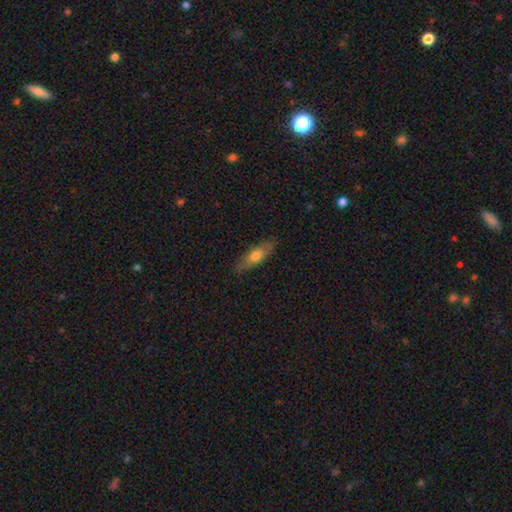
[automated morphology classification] smooth_or_featured: smooth (p=0.65) [alt: featured or disk p=0.28]
how_rounded: in between (p=0.50) [alt: cigar-shaped p=0.47]
merging: none (p=0.85) [alt: minor disturbance p=0.11]